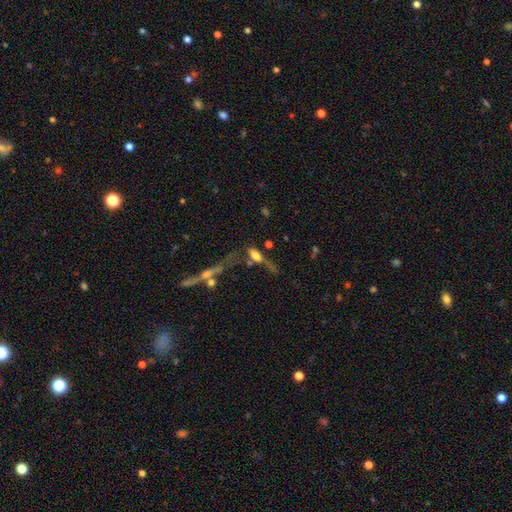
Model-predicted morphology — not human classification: A smooth galaxy with no disk features (49%).

Vote fractions:
- Smooth or featured? smooth: 49% / featured or disk: 38% / star or artifact: 13%
- Merging? none: 30% / major disturbance: 27% / merger: 24% / minor disturbance: 19%